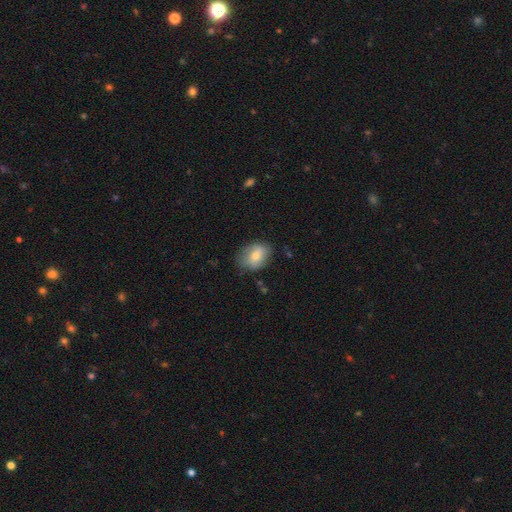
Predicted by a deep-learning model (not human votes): smooth 70%, featured or disk 23%, star or artifact 7%. Down the decision tree: how rounded — in between (66%); merging — none (72%).